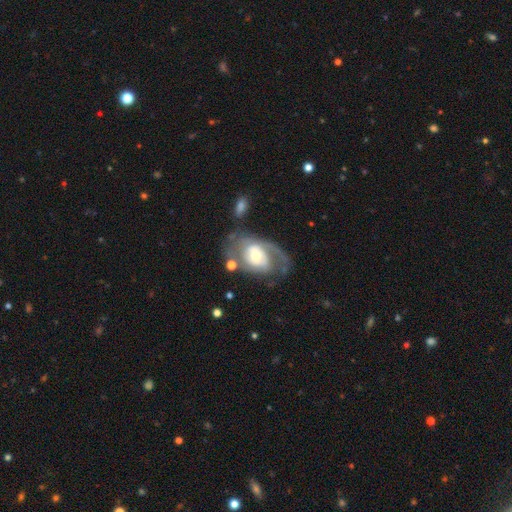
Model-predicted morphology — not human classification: Q: Smooth or featured?
A: featured or disk (77%); runner-up: smooth (18%)
Q: Edge-on disk?
A: no (96%); runner-up: yes (4%)
Q: Bar?
A: no (58%); runner-up: weak (32%)
Q: Spiral arms?
A: yes (83%); runner-up: no (17%)
Q: Spiral winding?
A: medium (40%); runner-up: tight (39%)
Q: Spiral arm count?
A: 2 (50%); runner-up: can't tell (22%)
Q: Bulge size?
A: moderate (59%); runner-up: small (28%)
Q: Merging?
A: none (48%); runner-up: major disturbance (24%)